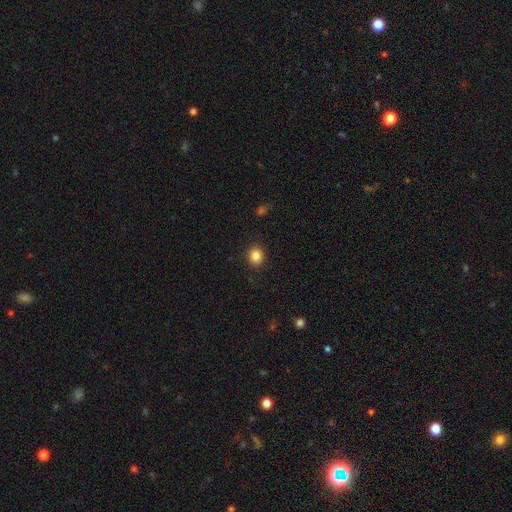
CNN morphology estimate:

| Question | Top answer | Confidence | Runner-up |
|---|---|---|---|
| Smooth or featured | smooth | 86% | star or artifact (10%) |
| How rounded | round | 72% | in between (28%) |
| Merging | none | 90% | minor disturbance (7%) |